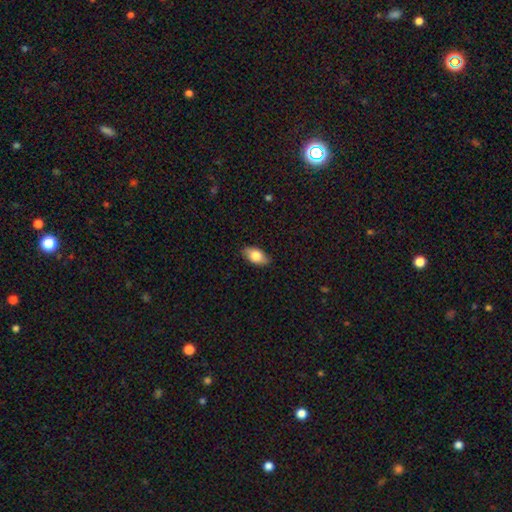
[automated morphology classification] smooth-or-featured: smooth: 80% | featured or disk: 14% | star or artifact: 6%
  how-rounded: in between: 92% | round: 4% | cigar-shaped: 3%
  merging: none: 87% | minor disturbance: 10% | major disturbance: 2% | merger: 1%